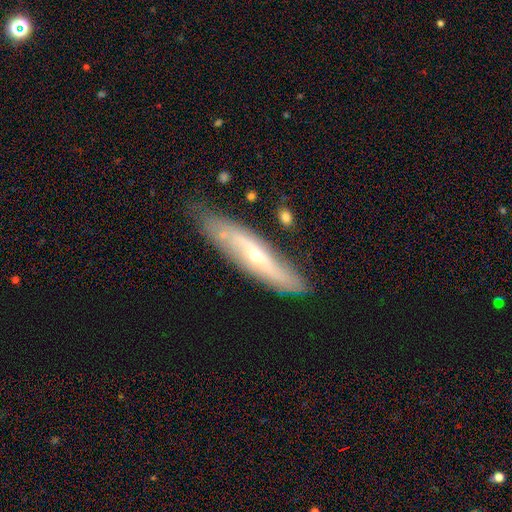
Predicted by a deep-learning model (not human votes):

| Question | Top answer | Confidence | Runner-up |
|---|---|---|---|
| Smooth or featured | featured or disk | 69% | smooth (24%) |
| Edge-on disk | no | 53% | yes (47%) |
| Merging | none | 74% | minor disturbance (19%) |